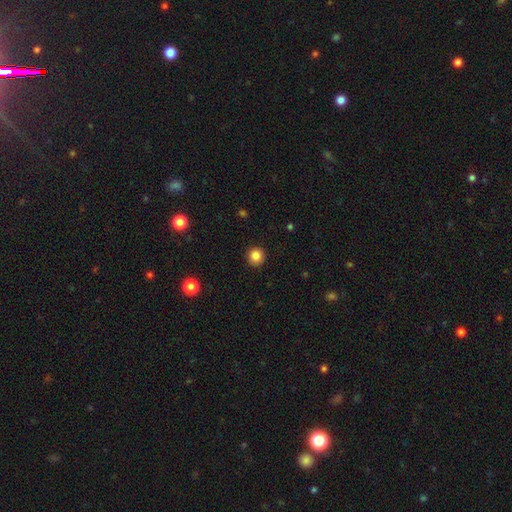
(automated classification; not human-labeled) Q: Smooth or featured?
A: smooth (85%); runner-up: star or artifact (11%)
Q: How rounded?
A: round (93%); runner-up: in between (6%)
Q: Merging?
A: none (92%); runner-up: minor disturbance (6%)